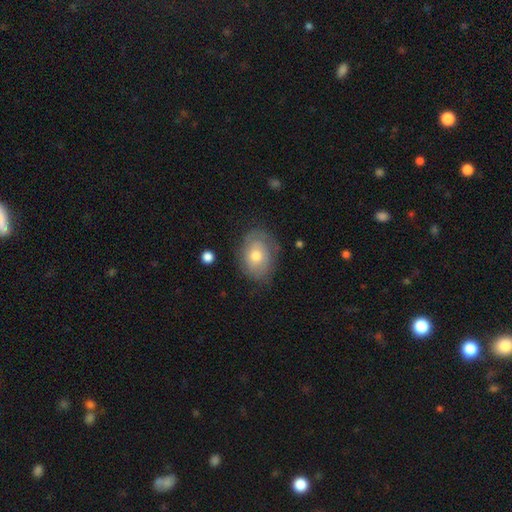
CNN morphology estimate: type=smooth (53%); roundness=in between (68%); merging=none (68%).